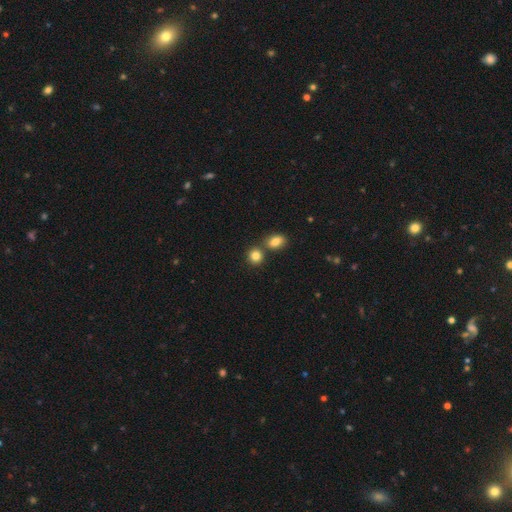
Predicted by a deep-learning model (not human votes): A smooth galaxy with no disk features (84%) that is round (77%). Merging: none (62%).